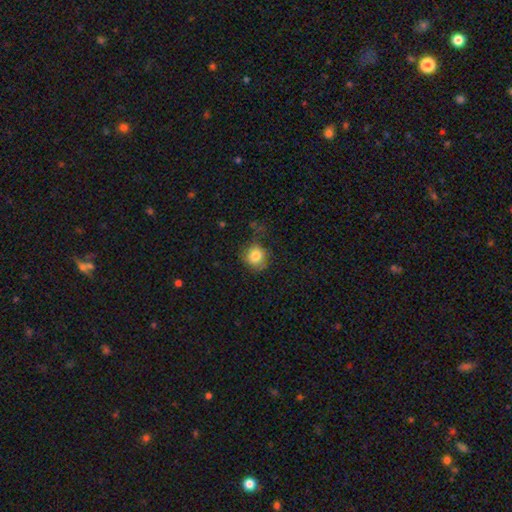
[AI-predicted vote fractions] This appears to be a smooth galaxy with no disk features (83%) that is round (84%). Merging: none (69%).